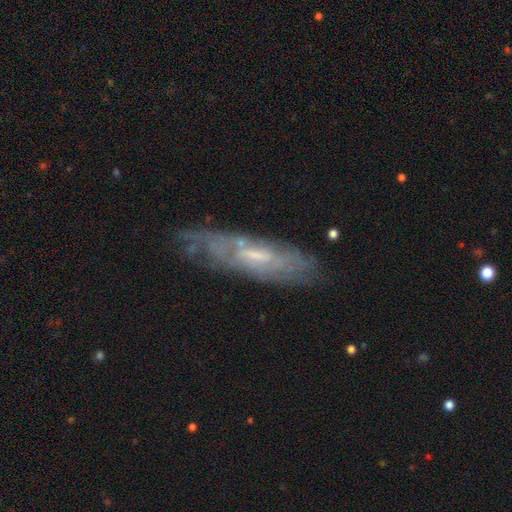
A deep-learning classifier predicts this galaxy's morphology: smooth_or_featured: featured or disk (p=0.69) [alt: smooth p=0.24]
disk_edge_on: no (p=0.69) [alt: yes p=0.31]
merging: none (p=0.64) [alt: minor disturbance p=0.23]